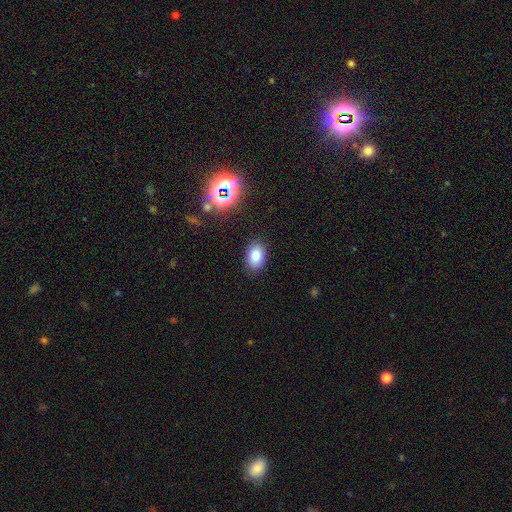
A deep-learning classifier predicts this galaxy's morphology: A smooth galaxy with no disk features (81%) that is in between round and cigar-shaped (83%).

Vote fractions:
- Smooth or featured? smooth: 81% / star or artifact: 12% / featured or disk: 7%
- How rounded? in between: 83% / round: 16% / cigar-shaped: 1%
- Merging? none: 87% / minor disturbance: 9% / major disturbance: 3% / merger: 1%